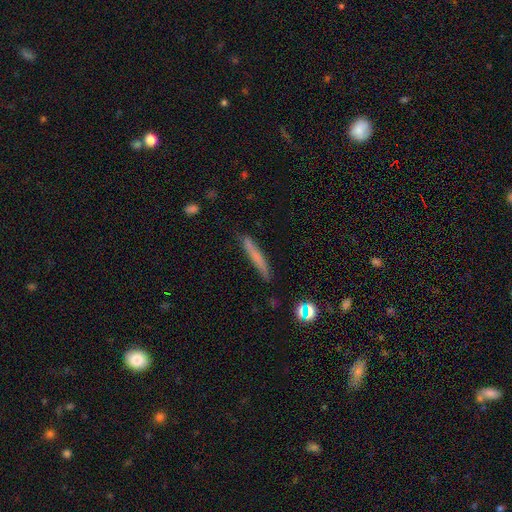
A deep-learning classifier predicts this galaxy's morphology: Smooth or featured?
  - smooth: 64% *
  - featured or disk: 27%
  - star or artifact: 9%
How rounded?
  - cigar-shaped: 95% *
  - in between: 4%
  - round: 2%
Merging?
  - none: 81% *
  - minor disturbance: 14%
  - major disturbance: 3%
  - merger: 2%